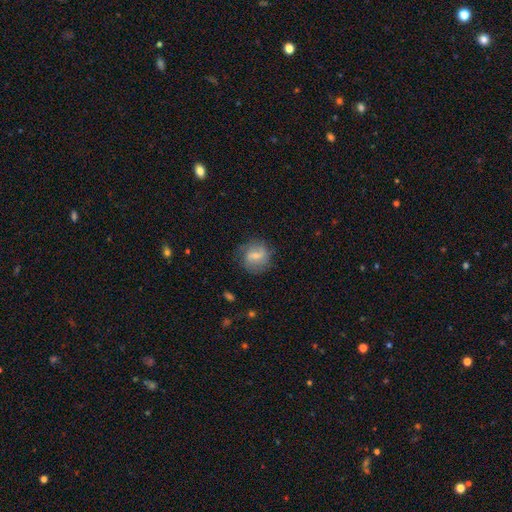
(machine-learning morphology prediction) smooth_or_featured: featured or disk (p=0.49) [alt: smooth p=0.43]
merging: none (p=0.70) [alt: minor disturbance p=0.20]